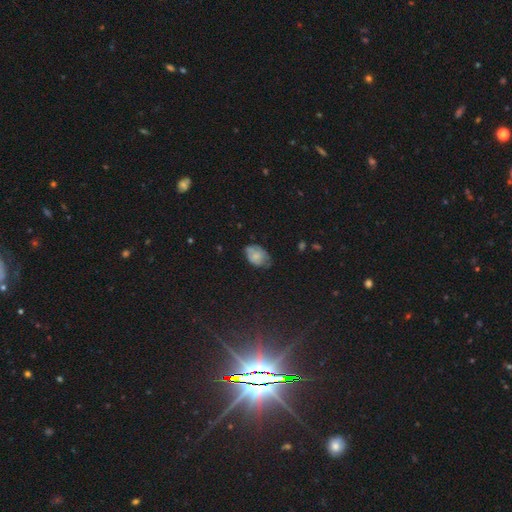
This appears to be a smooth galaxy with no disk features (63%) that is in between round and cigar-shaped (92%). Merging: none (50%).